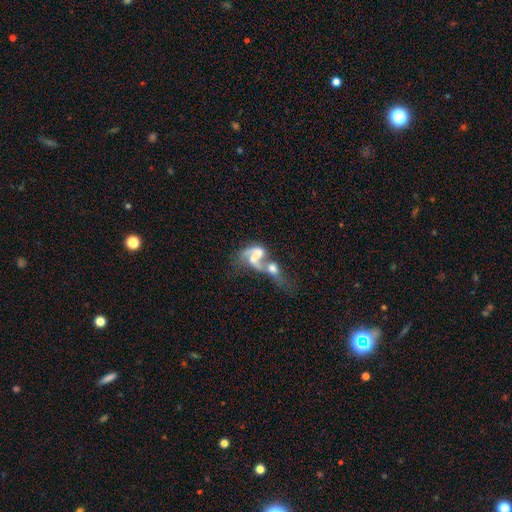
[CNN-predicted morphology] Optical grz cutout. It shows a featured or disk galaxy (69%) with no bar (42%), spiral arms (76%) and no central bulge (34%). Merging: merger (68%).